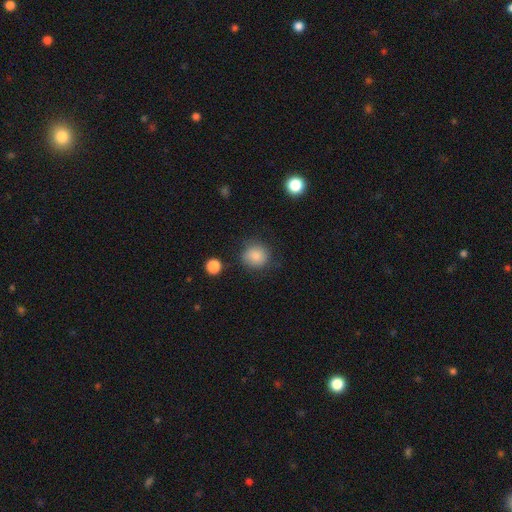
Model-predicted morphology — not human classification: The model was most divided on "merging": none: 81%, minor disturbance: 13%, major disturbance: 4%, merger: 2%. More confident: smooth or featured — smooth (85%); how rounded — round (85%).